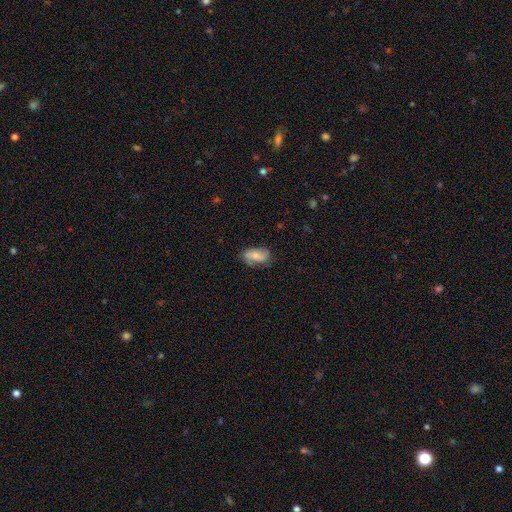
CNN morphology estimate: A smooth galaxy with no disk features (62%) that is in between round and cigar-shaped (91%).

Vote fractions:
- Smooth or featured? smooth: 62% / featured or disk: 31% / star or artifact: 7%
- How rounded? in between: 91% / round: 5% / cigar-shaped: 4%
- Merging? none: 66% / minor disturbance: 26% / major disturbance: 7% / merger: 2%